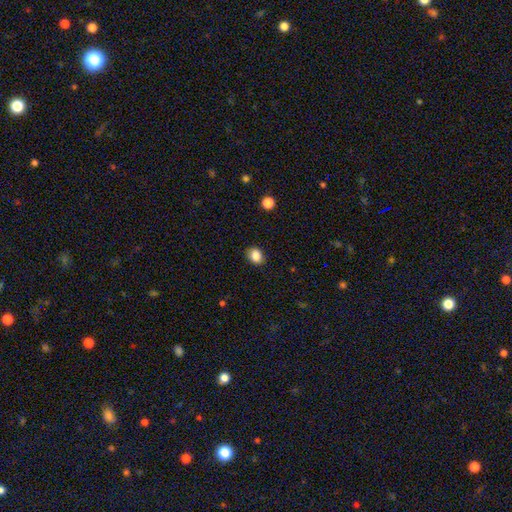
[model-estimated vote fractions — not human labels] Smooth or featured?
  - smooth: 86% *
  - star or artifact: 10%
  - featured or disk: 4%
How rounded?
  - round: 57% *
  - in between: 42%
  - cigar-shaped: 1%
Merging?
  - none: 88% *
  - minor disturbance: 9%
  - major disturbance: 2%
  - merger: 1%